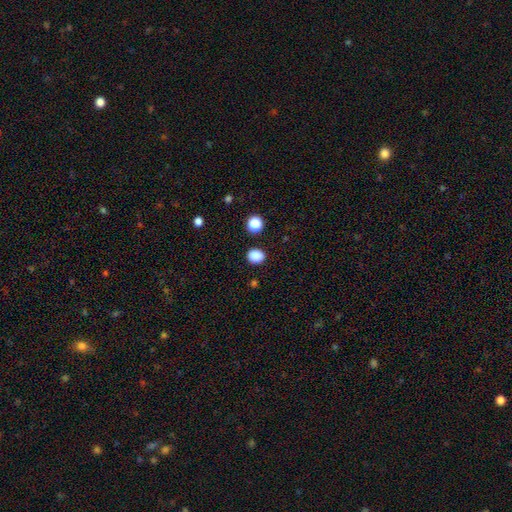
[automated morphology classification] Smooth or featured?
  - smooth: 87% *
  - star or artifact: 11%
  - featured or disk: 3%
How rounded?
  - round: 60% *
  - in between: 39%
  - cigar-shaped: 1%
Merging?
  - none: 88% *
  - minor disturbance: 8%
  - major disturbance: 2%
  - merger: 2%